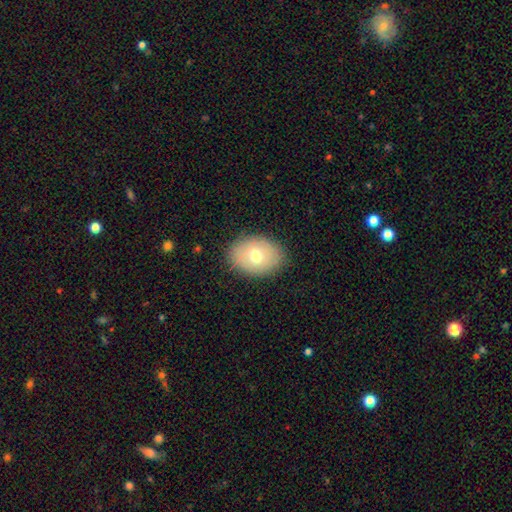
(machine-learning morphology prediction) A smooth galaxy with no disk features (69%) that is in between round and cigar-shaped (74%).

Vote fractions:
- Smooth or featured? smooth: 69% / featured or disk: 23% / star or artifact: 8%
- How rounded? in between: 74% / round: 25% / cigar-shaped: 1%
- Merging? none: 86% / minor disturbance: 10% / major disturbance: 3% / merger: 1%